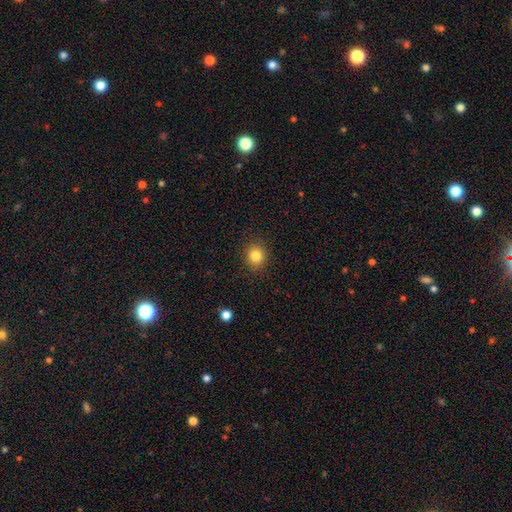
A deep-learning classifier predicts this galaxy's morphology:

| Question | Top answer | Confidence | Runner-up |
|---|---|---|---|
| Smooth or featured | smooth | 84% | star or artifact (11%) |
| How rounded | round | 80% | in between (20%) |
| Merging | none | 90% | minor disturbance (7%) |